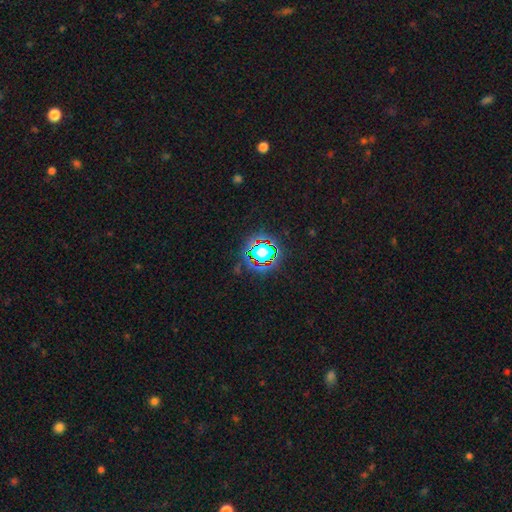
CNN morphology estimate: smooth_or_featured: star or artifact (p=0.80) [alt: smooth p=0.12]